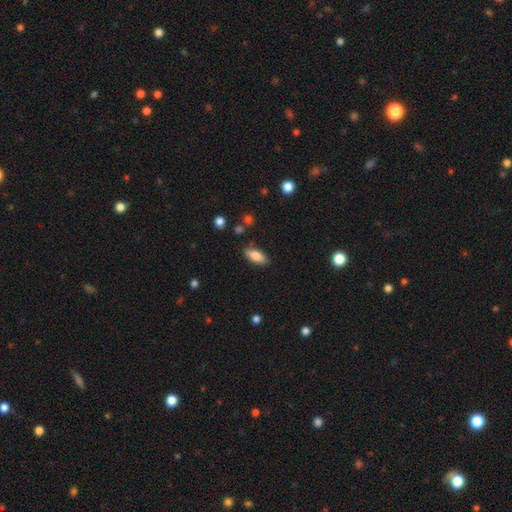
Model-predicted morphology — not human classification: The model was most divided on "smooth or featured": smooth: 79%, featured or disk: 14%, star or artifact: 7%. More confident: merging — none (85%); how rounded — in between (83%).